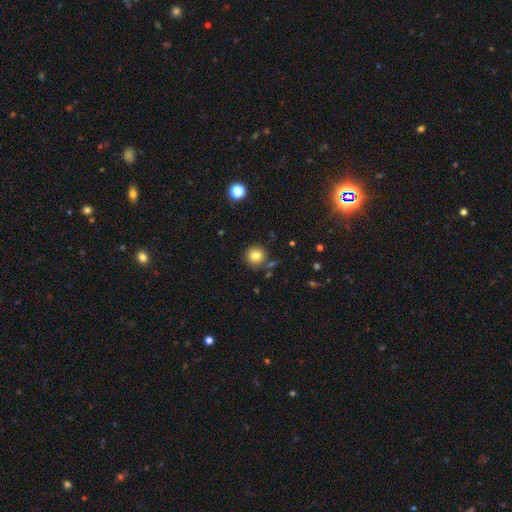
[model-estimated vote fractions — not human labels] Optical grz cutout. It shows a smooth galaxy with no disk features (82%) that is round (91%). Merging: none (82%).